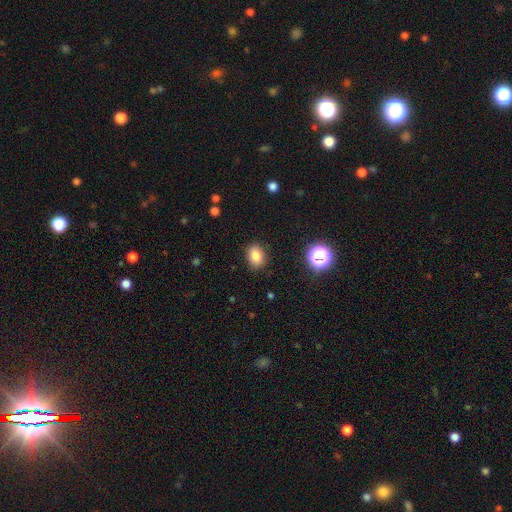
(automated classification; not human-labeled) A smooth galaxy with no disk features (83%) that is in between round and cigar-shaped (66%). Merging: none (87%).